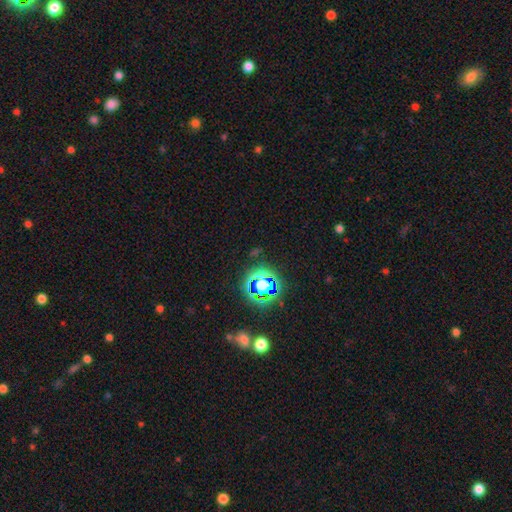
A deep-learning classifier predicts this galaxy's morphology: The model was most divided on "smooth or featured": star or artifact: 71%, smooth: 19%, featured or disk: 9%.